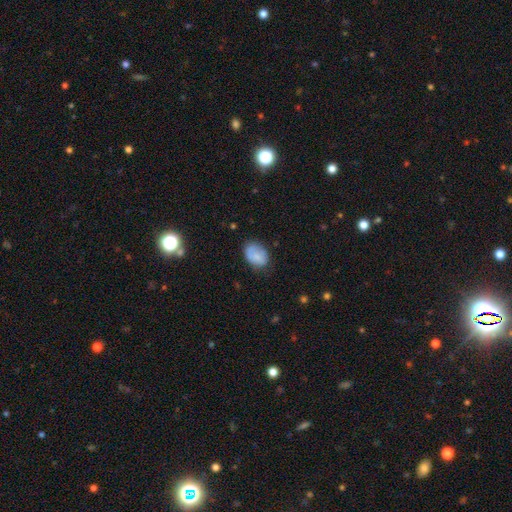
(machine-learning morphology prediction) The model was most divided on "merging": none: 66%, minor disturbance: 26%, major disturbance: 7%, merger: 2%. More confident: how rounded — in between (83%); smooth or featured — smooth (76%).